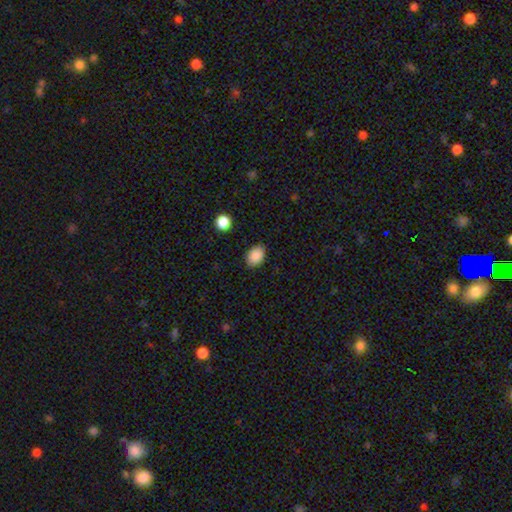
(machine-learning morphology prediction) A smooth galaxy with no disk features (88%) that is in between round and cigar-shaped (78%).

Vote fractions:
- Smooth or featured? smooth: 88% / star or artifact: 8% / featured or disk: 4%
- How rounded? in between: 78% / round: 21% / cigar-shaped: 1%
- Merging? none: 85% / minor disturbance: 11% / major disturbance: 3% / merger: 1%